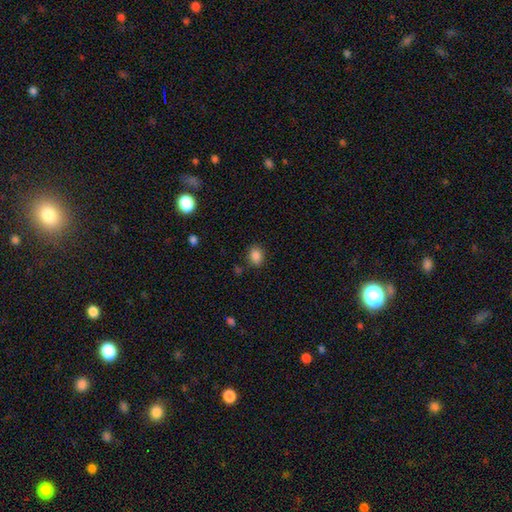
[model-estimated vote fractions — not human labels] Smooth or featured?
  - smooth: 86% *
  - star or artifact: 10%
  - featured or disk: 4%
How rounded?
  - round: 52% *
  - in between: 47%
  - cigar-shaped: 1%
Merging?
  - none: 82% *
  - minor disturbance: 11%
  - merger: 3%
  - major disturbance: 3%